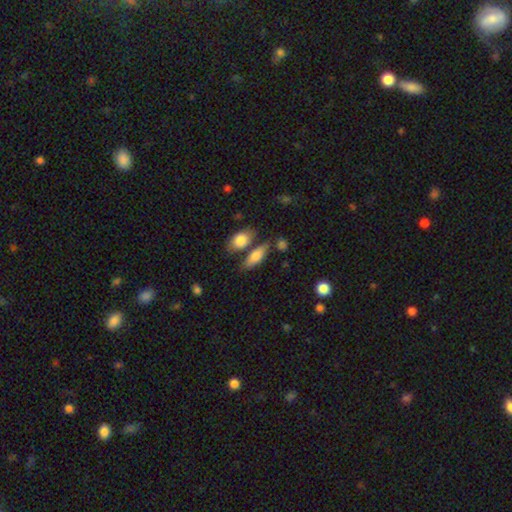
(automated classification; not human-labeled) smooth 75%, featured or disk 18%, star or artifact 7%. Down the decision tree: how rounded — in between (68%); merging — none (62%).